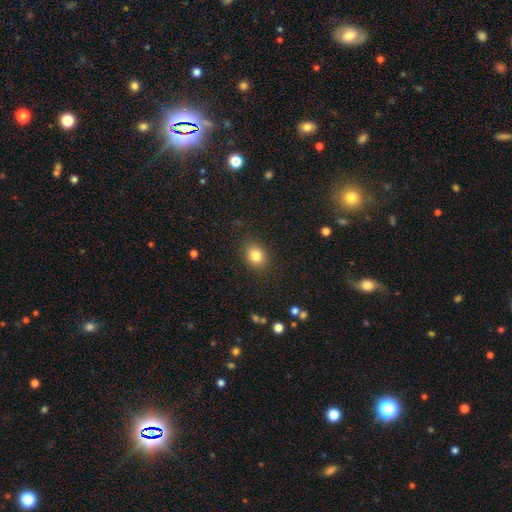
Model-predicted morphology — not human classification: smooth-or-featured: smooth: 83% | star or artifact: 11% | featured or disk: 7%
  how-rounded: round: 59% | in between: 40% | cigar-shaped: 1%
  merging: none: 85% | minor disturbance: 10% | major disturbance: 3% | merger: 1%